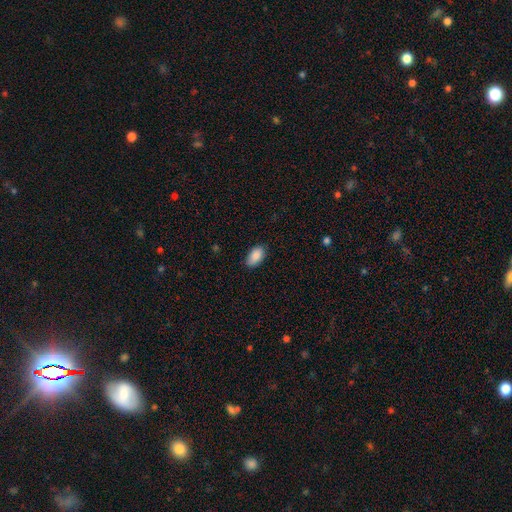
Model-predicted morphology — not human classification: A smooth galaxy with no disk features (89%) that is in between round and cigar-shaped (94%).

Vote fractions:
- Smooth or featured? smooth: 89% / star or artifact: 7% / featured or disk: 4%
- How rounded? in between: 94% / round: 4% / cigar-shaped: 2%
- Merging? none: 83% / minor disturbance: 13% / major disturbance: 2% / merger: 1%